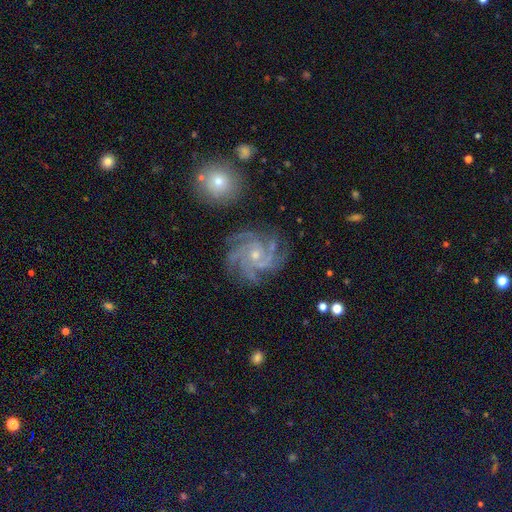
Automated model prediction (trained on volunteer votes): This is clearly a featured or disk galaxy (88%). It is clearly not viewed edge-on (98%). Bar: likely no (74%). Spiral arm pattern: clearly yes (98%). Spiral arm count: marginally 4 (40%). Spiral winding: possibly tight (60%). Central bulge: likely small (67%). Merging: likely none (77%).